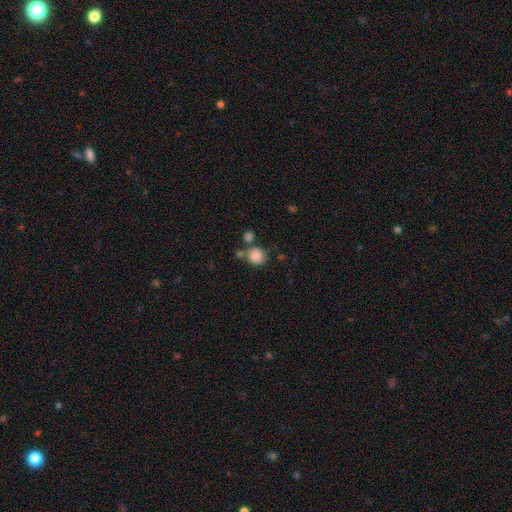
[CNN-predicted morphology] Smooth or featured? smooth (85%)
How rounded? round (82%)
Merging? none (57%)